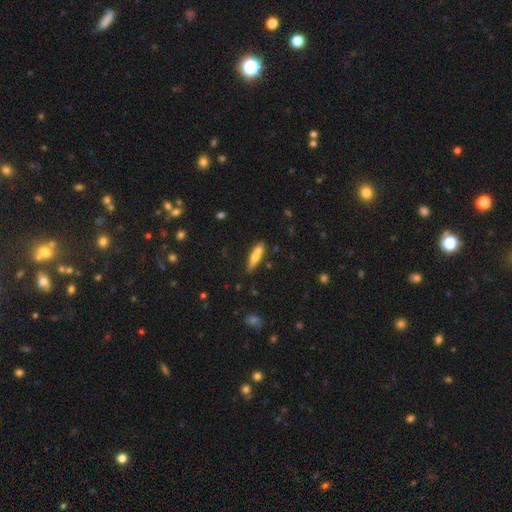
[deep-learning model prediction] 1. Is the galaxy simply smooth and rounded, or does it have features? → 59% smooth, 34% featured or disk, 8% star or artifact.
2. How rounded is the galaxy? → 70% cigar-shaped, 27% in between, 3% round.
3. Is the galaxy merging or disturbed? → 52% none, 29% merger, 15% minor disturbance, 5% major disturbance.